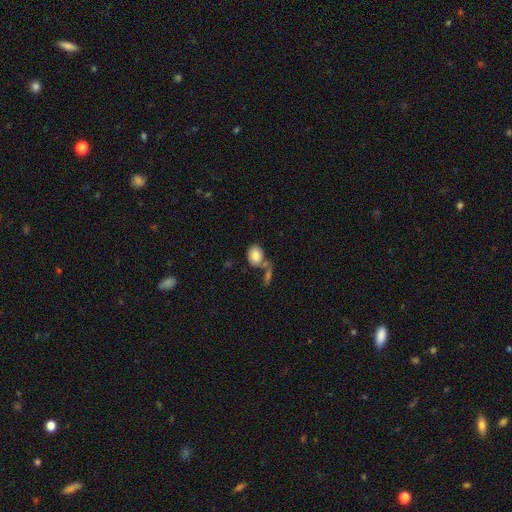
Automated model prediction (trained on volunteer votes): This appears to be a smooth galaxy with no disk features (81%) that is in between round and cigar-shaped (76%). Merging: none (46%).